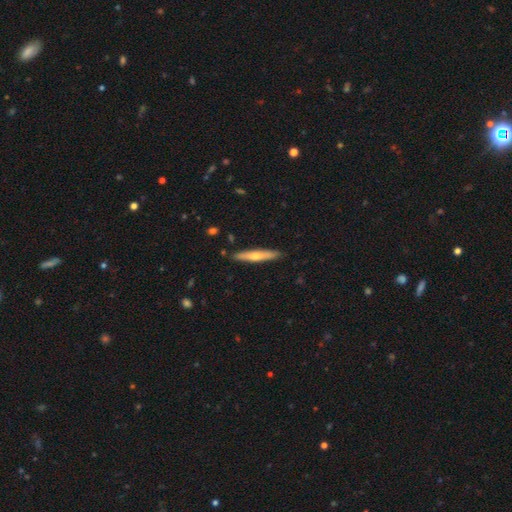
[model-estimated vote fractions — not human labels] featured or disk 47% (tied), smooth 47% (tied), star or artifact 6%. Down the decision tree: merging — none (90%).